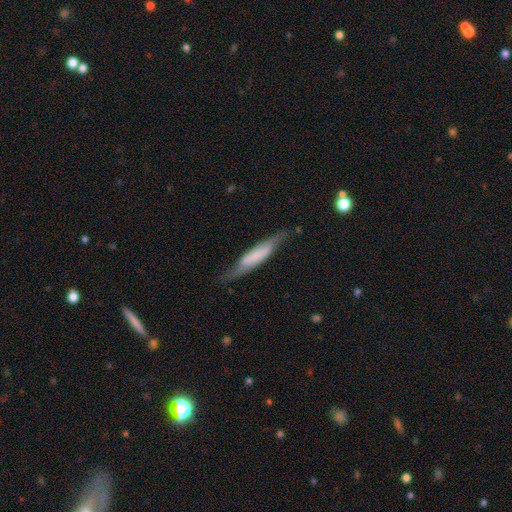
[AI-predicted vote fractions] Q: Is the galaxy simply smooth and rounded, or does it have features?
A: smooth — 51%.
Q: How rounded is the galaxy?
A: cigar-shaped — 84%.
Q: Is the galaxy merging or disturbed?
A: none — 69%.